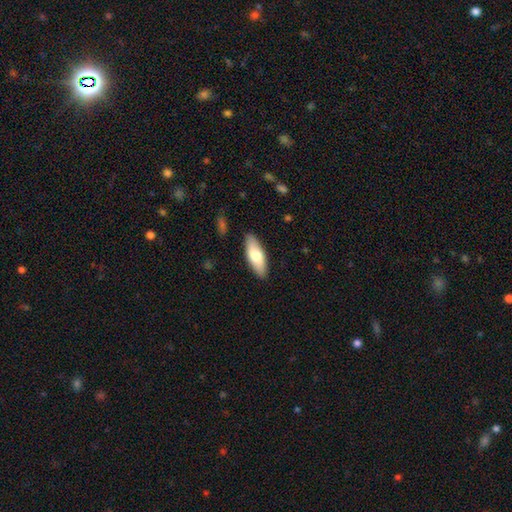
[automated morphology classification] Smooth or featured? Predicted: smooth (p=0.72). How rounded? Predicted: in between (p=0.69). Merging? Predicted: none (p=0.88).